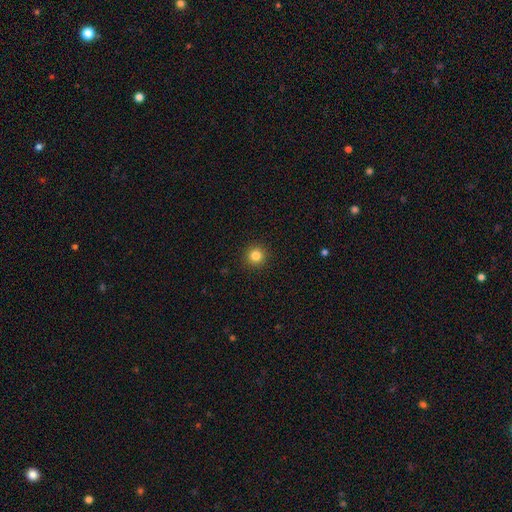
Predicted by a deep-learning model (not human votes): The model was most divided on "smooth or featured": smooth: 83%, star or artifact: 12%, featured or disk: 5%. More confident: how rounded — round (95%); merging — none (92%).